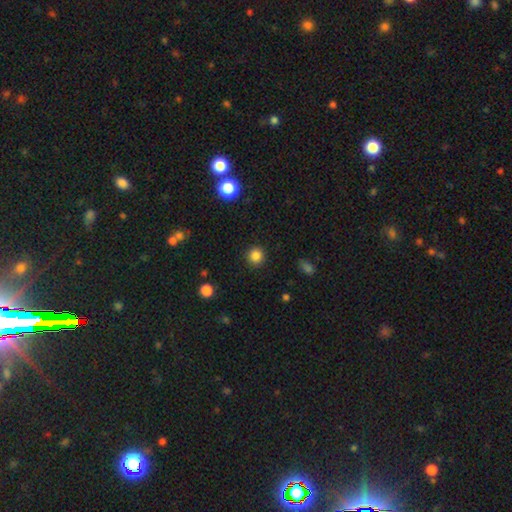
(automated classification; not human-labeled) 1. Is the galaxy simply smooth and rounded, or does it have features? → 84% smooth, 12% star or artifact, 4% featured or disk.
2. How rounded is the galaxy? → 93% round, 6% in between, 1% cigar-shaped.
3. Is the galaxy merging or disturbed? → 91% none, 5% minor disturbance, 2% major disturbance, 1% merger.